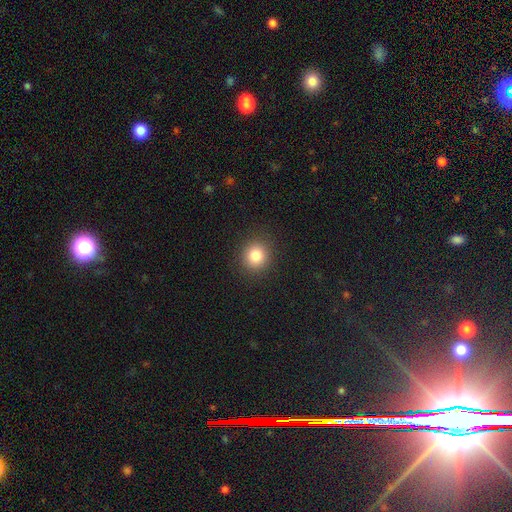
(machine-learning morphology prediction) smooth_or_featured: smooth (p=0.83) [alt: star or artifact p=0.11]
how_rounded: round (p=0.88) [alt: in between p=0.12]
merging: none (p=0.91) [alt: minor disturbance p=0.06]